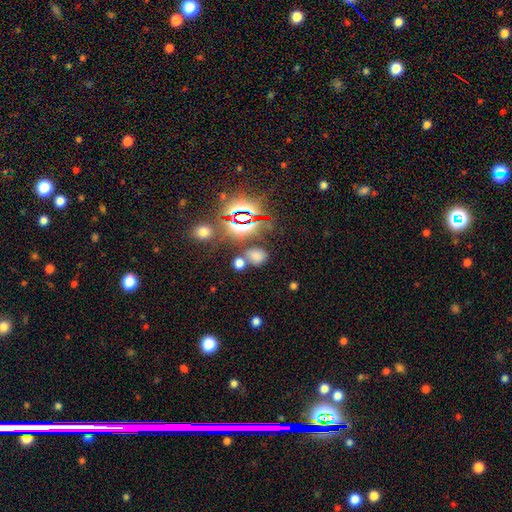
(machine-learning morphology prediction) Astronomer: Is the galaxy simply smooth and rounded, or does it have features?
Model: smooth — 60%.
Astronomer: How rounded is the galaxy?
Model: in between — 58% (runner-up: round, 40%).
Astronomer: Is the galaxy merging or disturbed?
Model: none — 65%.